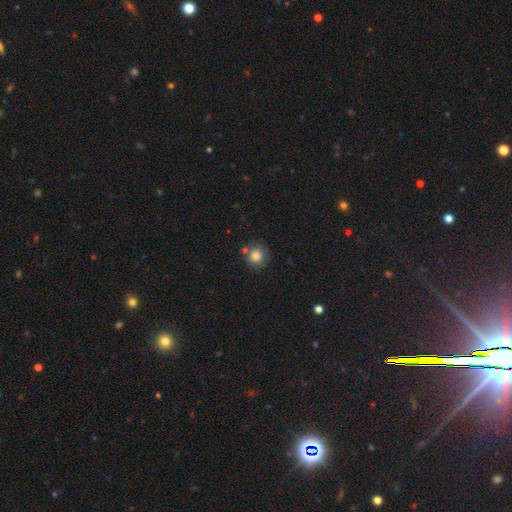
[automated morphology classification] smooth-or-featured: smooth: 82% | star or artifact: 10% | featured or disk: 8%
  how-rounded: round: 93% | in between: 6% | cigar-shaped: 1%
  merging: none: 73% | minor disturbance: 13% | merger: 10% | major disturbance: 4%